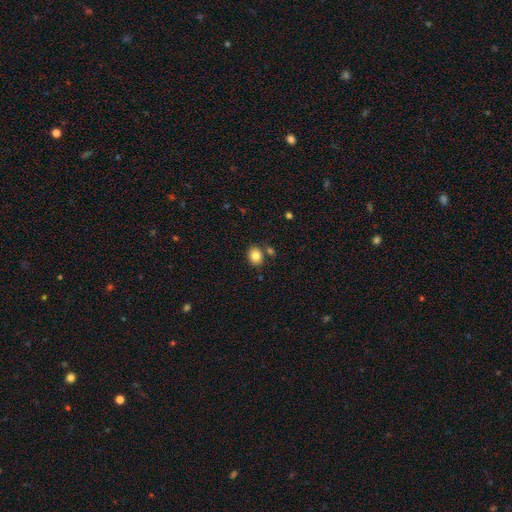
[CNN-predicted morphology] Smooth or featured? Predicted: smooth (p=0.83). How rounded? Predicted: in between (p=0.52). Merging? Predicted: none (p=0.77).